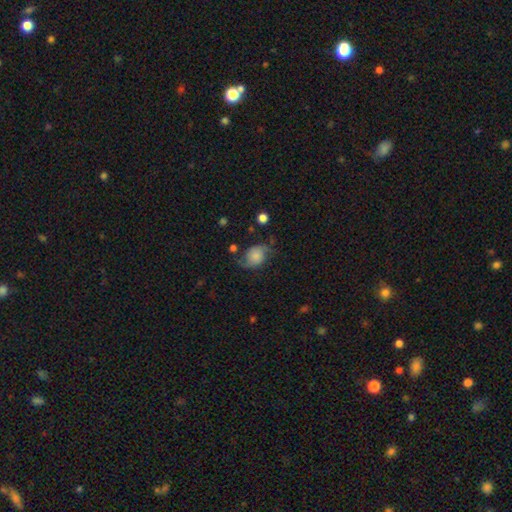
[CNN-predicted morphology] Smooth or featured: smooth — 50% (featured or disk — 40%)
How rounded: in between — 53% (round — 46%)
Merging: none — 57% (minor disturbance — 27%)